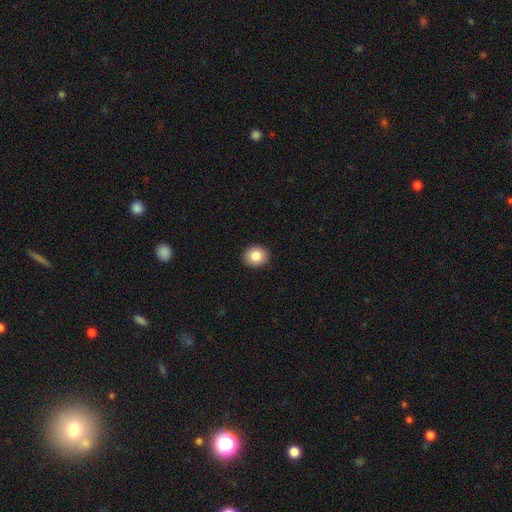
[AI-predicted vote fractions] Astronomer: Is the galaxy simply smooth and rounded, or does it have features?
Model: smooth — 85%.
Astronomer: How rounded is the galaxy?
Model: round — 81%.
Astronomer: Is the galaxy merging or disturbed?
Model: none — 92%.